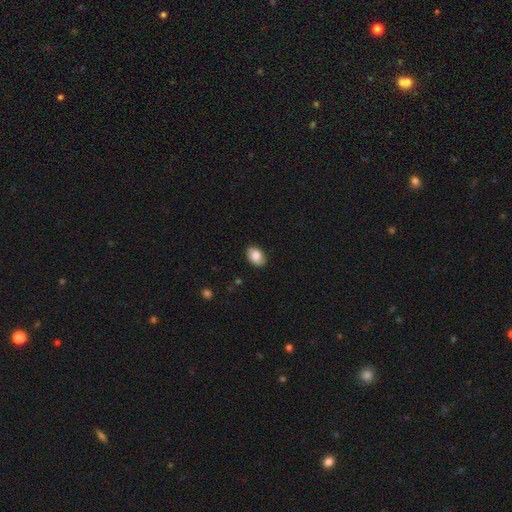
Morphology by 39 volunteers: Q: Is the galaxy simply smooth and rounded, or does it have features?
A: smooth — 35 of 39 (90%).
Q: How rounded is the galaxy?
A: in between — 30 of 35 (86%).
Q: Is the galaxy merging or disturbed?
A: none — 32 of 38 (84%).